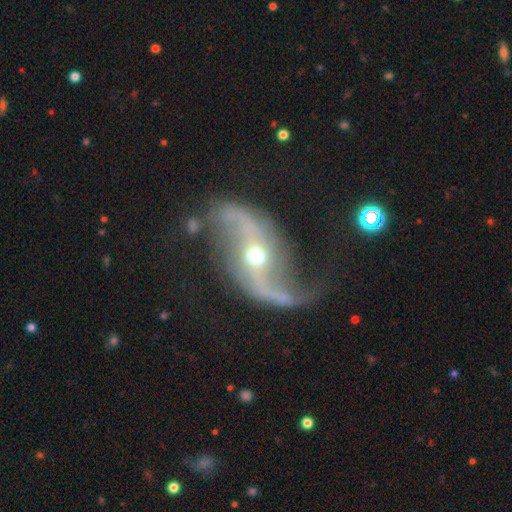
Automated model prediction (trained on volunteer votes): A featured or disk galaxy (87%) with no bar (41%), 2 (93%) loose (79%) spiral arms (91%) and a moderate central bulge (60%). Merging: none (54%).